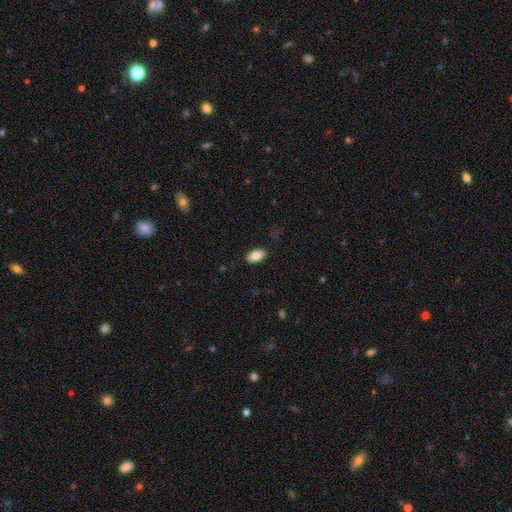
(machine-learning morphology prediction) Q: Smooth or featured?
A: smooth (81%); runner-up: featured or disk (12%)
Q: How rounded?
A: in between (94%); runner-up: round (3%)
Q: Merging?
A: none (88%); runner-up: minor disturbance (9%)